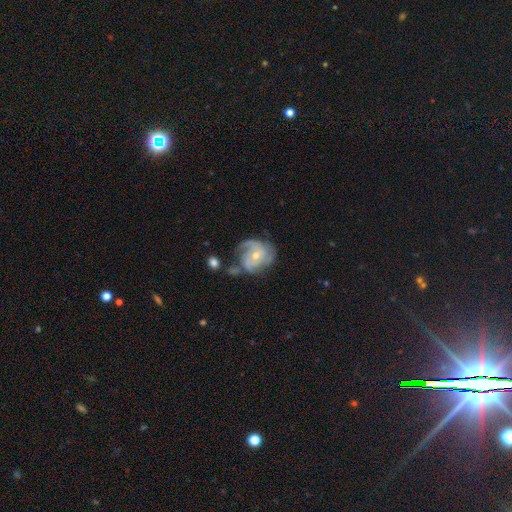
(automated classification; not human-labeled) Smooth or featured: featured or disk — 79% (smooth — 15%)
Edge-on disk: no — 98% (yes — 2%)
Bar: no — 72% (weak — 23%)
Spiral arms: yes — 91% (no — 9%)
Spiral winding: tight — 42% (medium — 41%)
Spiral arm count: 3 — 36% (2 — 23%)
Bulge size: small — 51% (moderate — 46%)
Merging: none — 48% (minor disturbance — 26%)